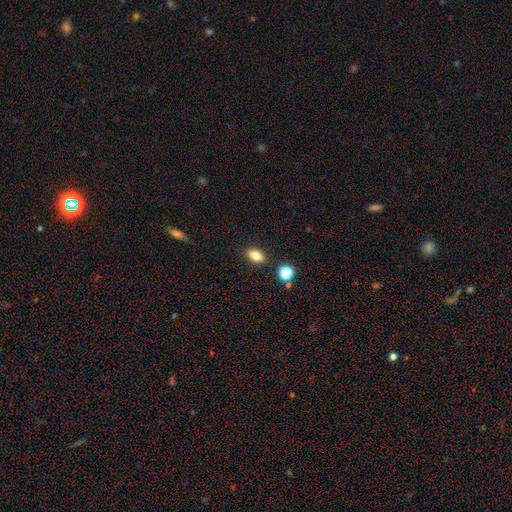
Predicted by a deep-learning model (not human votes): This is clearly a smooth galaxy (81%). How rounded: clearly in between (84%). Merging: clearly none (86%).